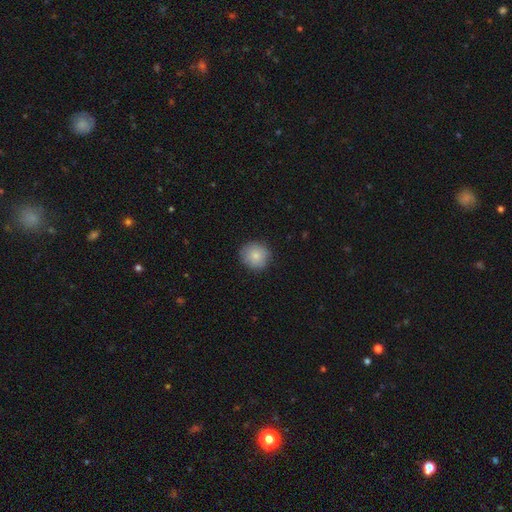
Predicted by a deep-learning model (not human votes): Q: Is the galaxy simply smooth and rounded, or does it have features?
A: smooth — 83%.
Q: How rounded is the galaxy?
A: round — 91%.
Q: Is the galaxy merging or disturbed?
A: none — 86%.